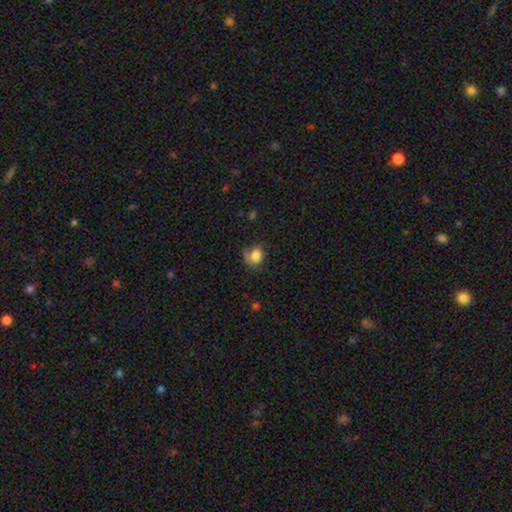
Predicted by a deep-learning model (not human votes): A smooth galaxy with no disk features (75%) that is round (62%).

Vote fractions:
- Smooth or featured? smooth: 75% / featured or disk: 15% / star or artifact: 9%
- How rounded? round: 62% / in between: 37% / cigar-shaped: 1%
- Merging? none: 53% / minor disturbance: 27% / major disturbance: 18% / merger: 3%